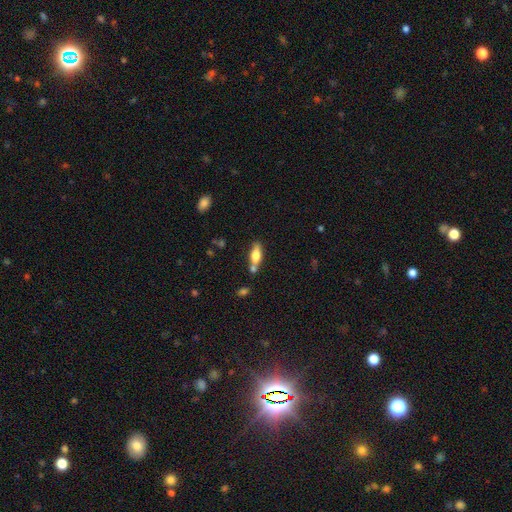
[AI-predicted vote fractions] A smooth galaxy with no disk features (66%) that is in between round and cigar-shaped (65%). Merging: none (62%).